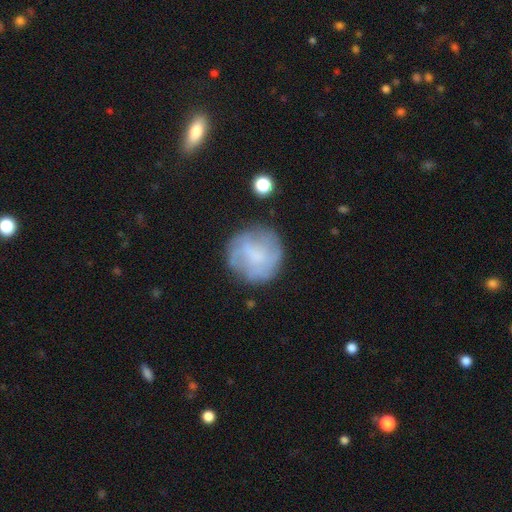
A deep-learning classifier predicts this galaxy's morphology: A smooth galaxy with no disk features (50%).

Vote fractions:
- Smooth or featured? smooth: 50% / featured or disk: 41% / star or artifact: 9%
- Merging? none: 72% / minor disturbance: 17% / major disturbance: 8% / merger: 3%